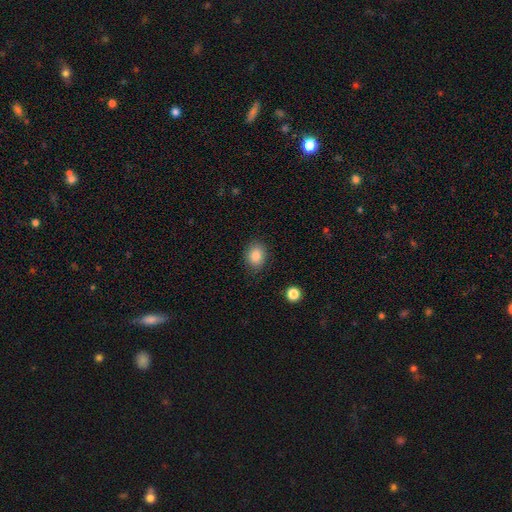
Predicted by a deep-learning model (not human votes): This is clearly a smooth galaxy (86%). How rounded: possibly in between (54%). Merging: clearly none (84%).